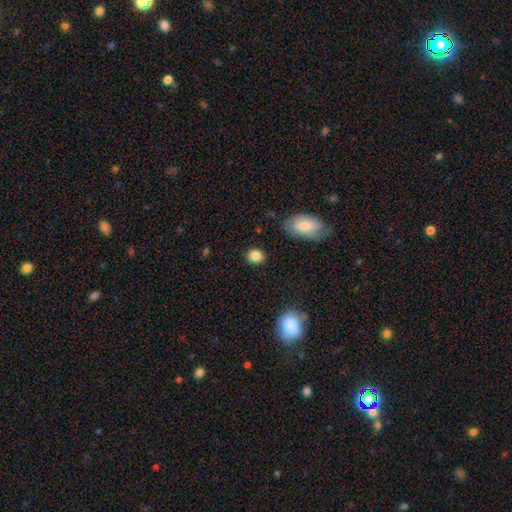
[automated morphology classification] The model was most divided on "how rounded": round: 72%, in between: 26%, cigar-shaped: 1%. More confident: merging — none (87%); smooth or featured — smooth (85%).